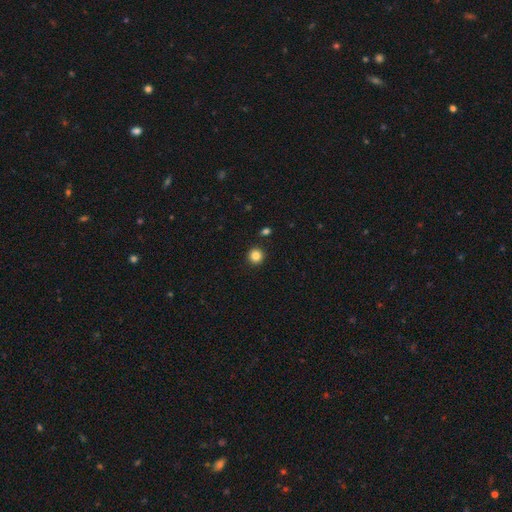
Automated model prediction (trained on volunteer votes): The model was most divided on "smooth or featured": smooth: 85%, star or artifact: 11%, featured or disk: 4%. More confident: how rounded — round (94%); merging — none (92%).